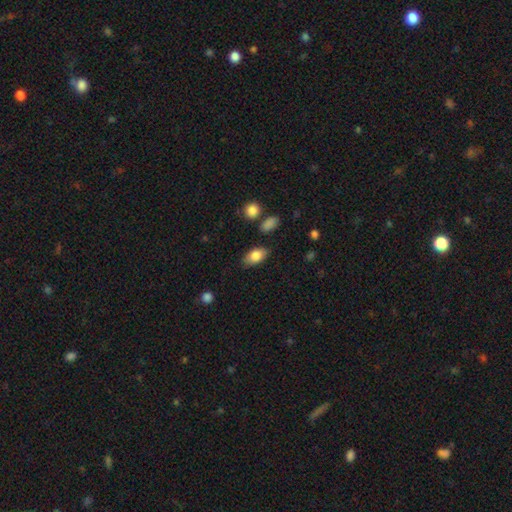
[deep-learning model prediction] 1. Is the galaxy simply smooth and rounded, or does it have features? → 81% smooth, 12% featured or disk, 7% star or artifact.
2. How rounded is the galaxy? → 90% in between, 6% round, 4% cigar-shaped.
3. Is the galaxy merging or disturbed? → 81% none, 13% minor disturbance, 3% major disturbance, 3% merger.